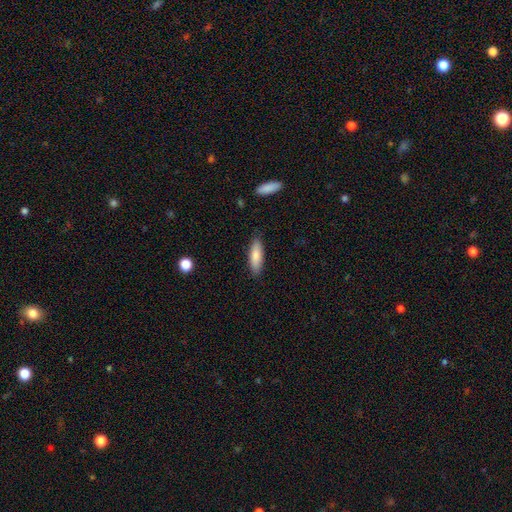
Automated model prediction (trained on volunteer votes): Smooth or featured?
  - smooth: 82% *
  - featured or disk: 12%
  - star or artifact: 6%
How rounded?
  - cigar-shaped: 49% * (tied)
  - in between: 49% * (tied)
  - round: 2%
Merging?
  - none: 85% *
  - minor disturbance: 11%
  - major disturbance: 2%
  - merger: 1%